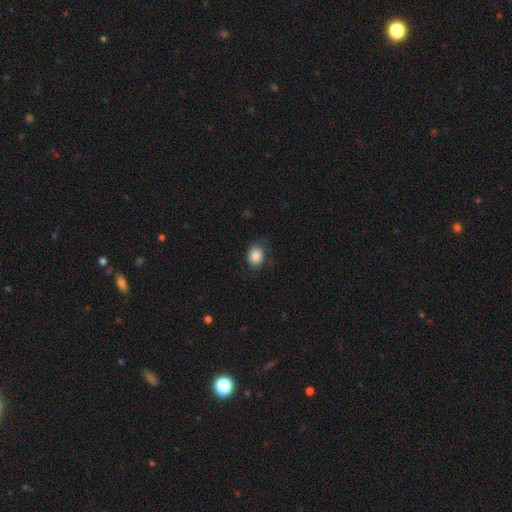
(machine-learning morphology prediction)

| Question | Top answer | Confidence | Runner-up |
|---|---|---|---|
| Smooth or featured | smooth | 84% | star or artifact (8%) |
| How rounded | in between | 56% | round (43%) |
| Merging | none | 66% | minor disturbance (23%) |